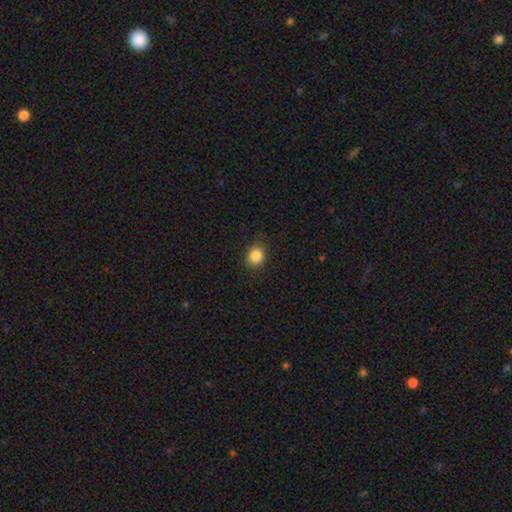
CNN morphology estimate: A smooth galaxy with no disk features (86%) that is round (73%). Merging: none (87%).